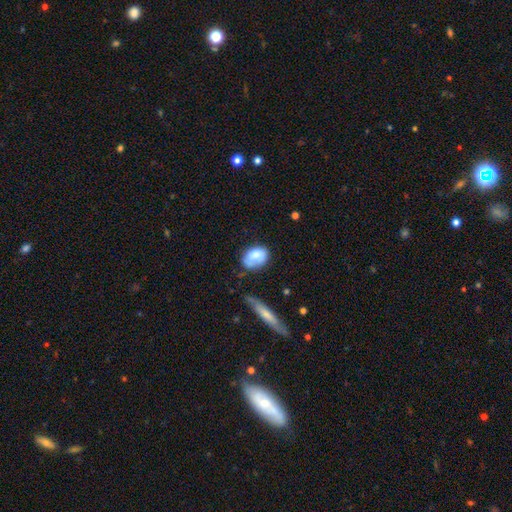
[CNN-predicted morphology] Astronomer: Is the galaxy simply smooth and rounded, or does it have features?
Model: smooth — 77%.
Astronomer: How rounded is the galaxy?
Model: in between — 79%.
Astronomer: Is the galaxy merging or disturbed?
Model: none — 48% (runner-up: minor disturbance, 32%).